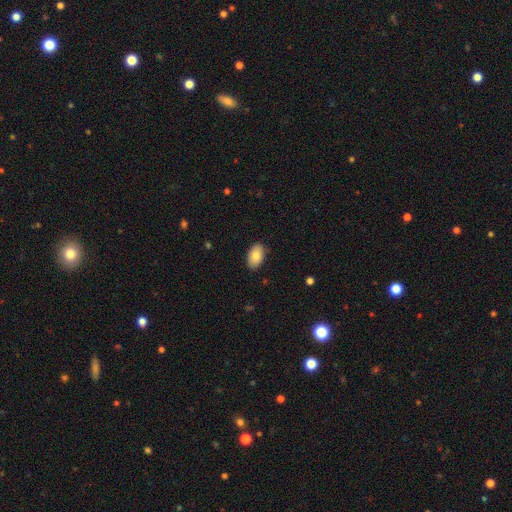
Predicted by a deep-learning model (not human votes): The model was most divided on "smooth or featured": smooth: 83%, featured or disk: 11%, star or artifact: 7%. More confident: how rounded — in between (93%); merging — none (87%).